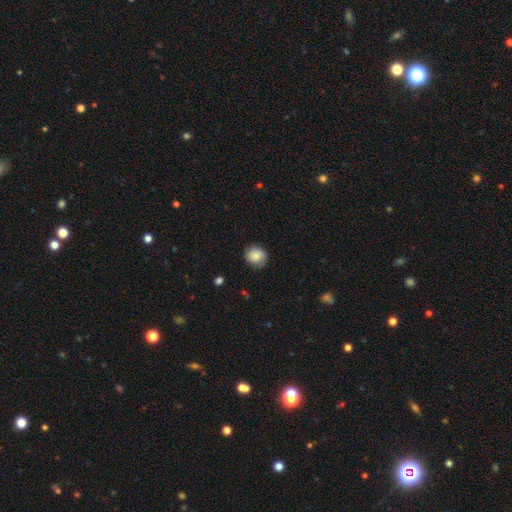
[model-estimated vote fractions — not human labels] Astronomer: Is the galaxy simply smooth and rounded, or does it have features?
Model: smooth — 79%.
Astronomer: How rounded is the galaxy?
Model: round — 86%.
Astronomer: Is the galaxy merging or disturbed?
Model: none — 79%.